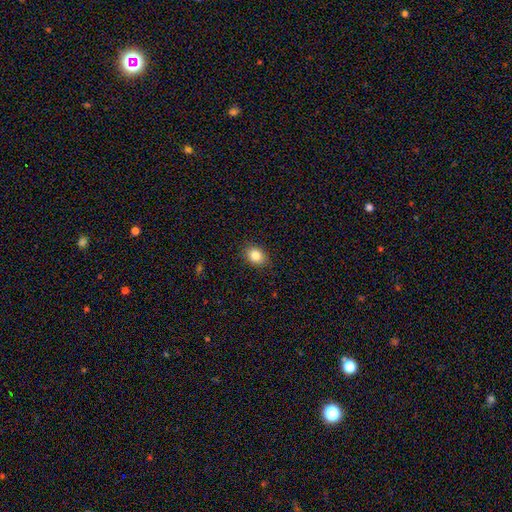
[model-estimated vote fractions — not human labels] smooth_or_featured: smooth (p=0.85) [alt: star or artifact p=0.09]
how_rounded: in between (p=0.63) [alt: round p=0.36]
merging: none (p=0.87) [alt: minor disturbance p=0.10]